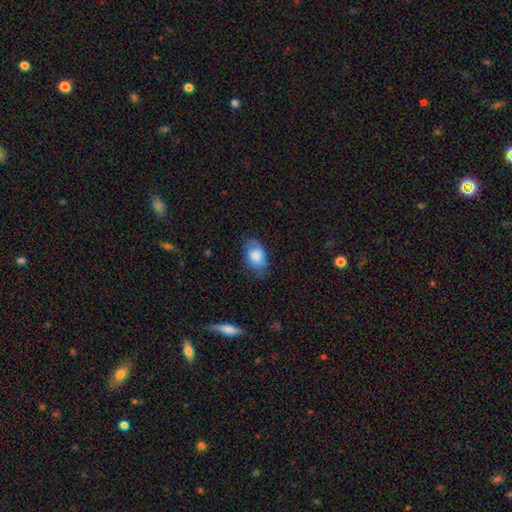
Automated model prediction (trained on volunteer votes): The model was most divided on "merging": none: 67%, minor disturbance: 24%, major disturbance: 7%, merger: 1%. More confident: how rounded — in between (86%); smooth or featured — smooth (79%).